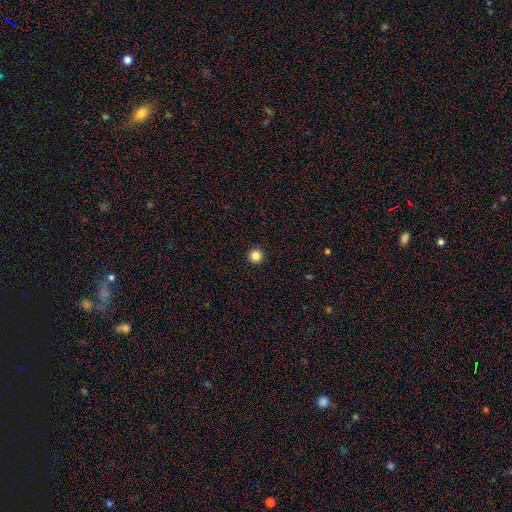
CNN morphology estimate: The model was most divided on "smooth or featured": smooth: 85%, star or artifact: 11%, featured or disk: 4%. More confident: how rounded — round (97%); merging — none (94%).